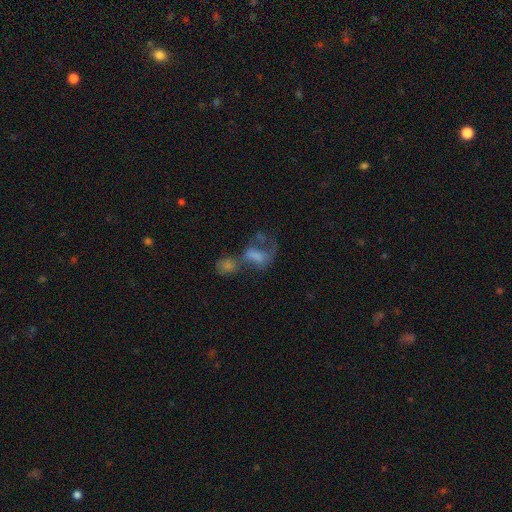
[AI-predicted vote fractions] Smooth or featured?
  - featured or disk: 43% *
  - smooth: 38%
  - star or artifact: 19%
Merging?
  - merger: 56% *
  - major disturbance: 21%
  - none: 15%
  - minor disturbance: 8%